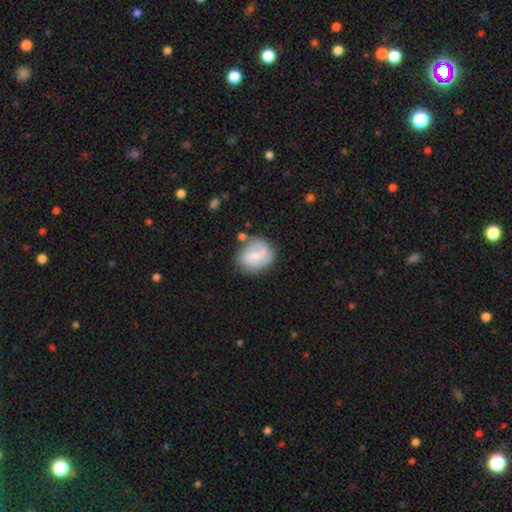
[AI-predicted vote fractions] Smooth or featured? Predicted: smooth (p=0.55). How rounded? Predicted: round (p=0.67). Merging? Predicted: none (p=0.53).